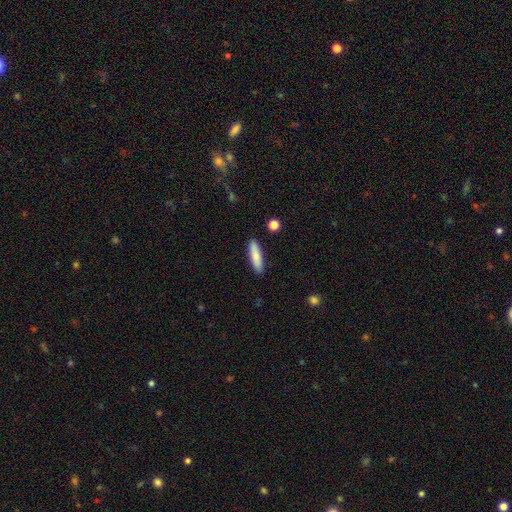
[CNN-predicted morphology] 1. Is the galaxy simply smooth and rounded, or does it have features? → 82% smooth, 12% featured or disk, 6% star or artifact.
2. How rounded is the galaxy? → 72% cigar-shaped, 27% in between, 2% round.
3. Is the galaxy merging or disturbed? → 89% none, 7% minor disturbance, 2% major disturbance, 2% merger.